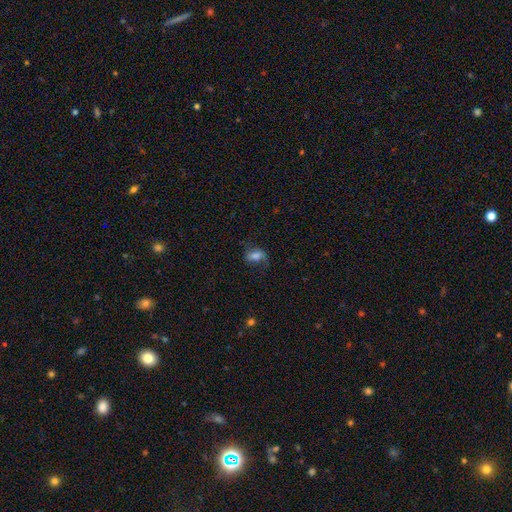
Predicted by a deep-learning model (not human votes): The model was most divided on "merging": none: 56%, minor disturbance: 25%, major disturbance: 17%, merger: 2%. More confident: how rounded — in between (80%); smooth or featured — smooth (65%).